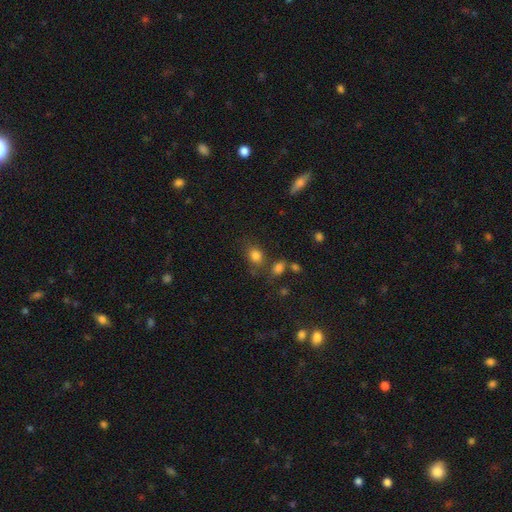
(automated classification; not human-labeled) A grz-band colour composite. It shows a smooth galaxy with no disk features (81%) that is in between round and cigar-shaped (55%). Merging: none (65%).